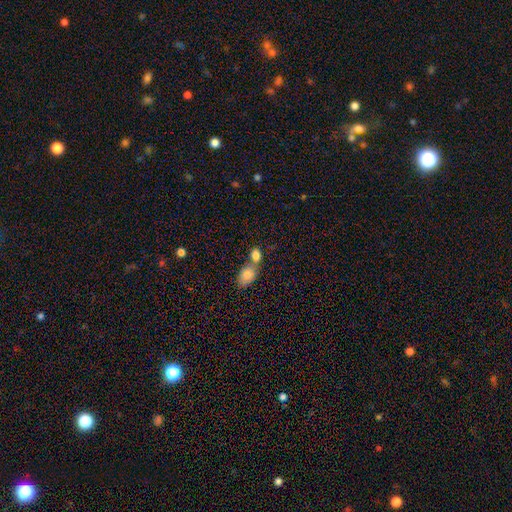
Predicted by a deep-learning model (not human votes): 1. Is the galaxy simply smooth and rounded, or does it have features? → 81% smooth, 10% featured or disk, 9% star or artifact.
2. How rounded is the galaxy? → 64% in between, 34% round, 2% cigar-shaped.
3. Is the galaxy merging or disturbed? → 54% merger, 35% none, 8% minor disturbance, 3% major disturbance.